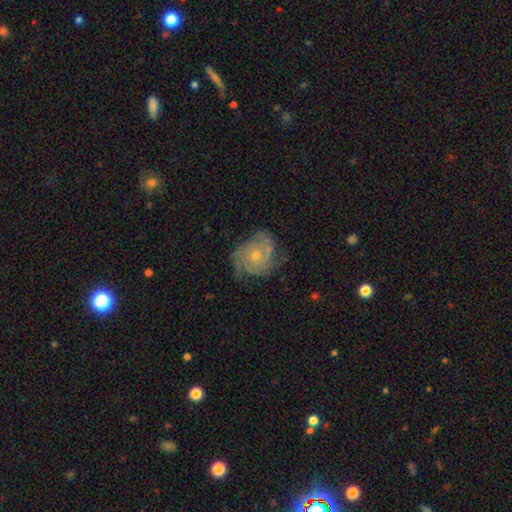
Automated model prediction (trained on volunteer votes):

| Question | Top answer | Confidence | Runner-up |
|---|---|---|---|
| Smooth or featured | featured or disk | 75% | smooth (16%) |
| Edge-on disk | no | 98% | yes (2%) |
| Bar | no | 81% | weak (16%) |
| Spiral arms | yes | 90% | no (10%) |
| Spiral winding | tight | 53% | medium (36%) |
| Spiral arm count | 3 | 29% | can't tell (28%) |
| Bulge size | small | 58% | moderate (38%) |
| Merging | none | 64% | minor disturbance (23%) |